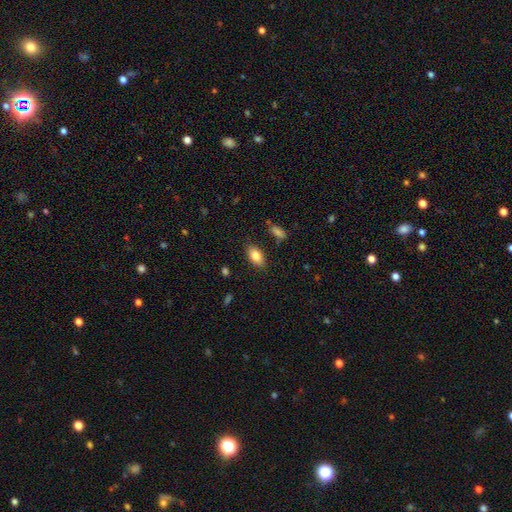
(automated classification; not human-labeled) Morphology: type=smooth (82%); roundness=in between (91%); merging=none (85%).